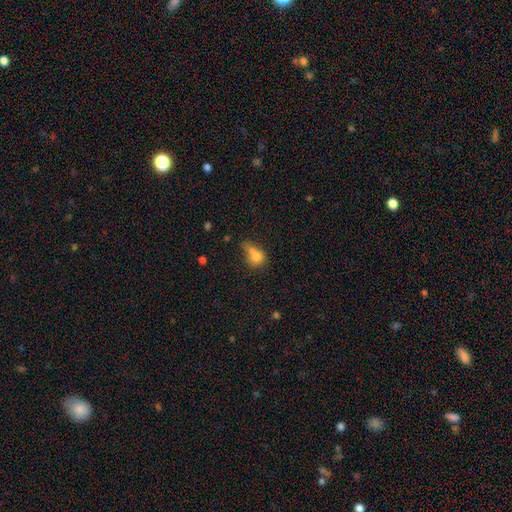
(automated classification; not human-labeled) This appears to be a smooth galaxy with no disk features (75%) that is round (55%). Merging: merger (31%).